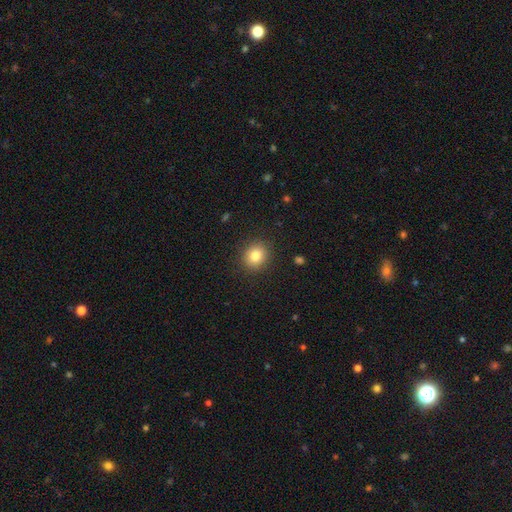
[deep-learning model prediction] Smooth or featured: smooth — 82% (star or artifact — 11%)
How rounded: round — 83% (in between — 17%)
Merging: none — 90% (minor disturbance — 7%)